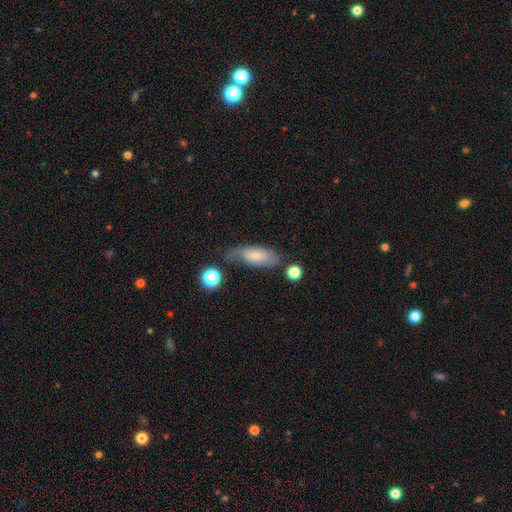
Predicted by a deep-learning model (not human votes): Smooth or featured? smooth (66%)
How rounded? in between (76%)
Merging? none (54%)